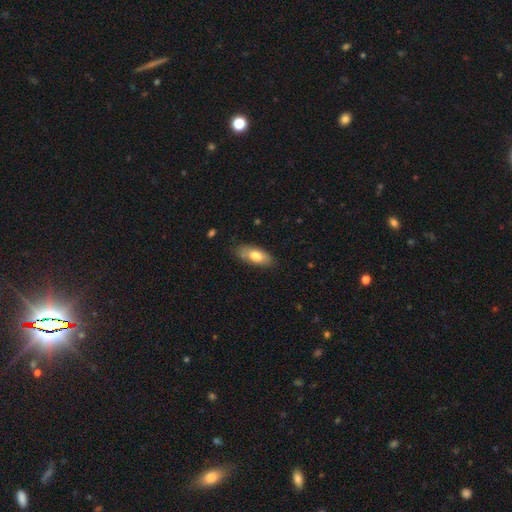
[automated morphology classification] smooth 74%, featured or disk 19%, star or artifact 6%. Down the decision tree: how rounded — in between (86%); merging — none (76%).